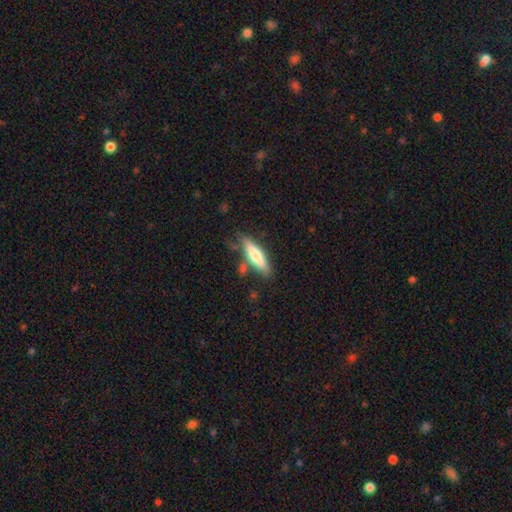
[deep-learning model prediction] A smooth galaxy with no disk features (64%) that is cigar-shaped (69%).

Vote fractions:
- Smooth or featured? smooth: 64% / featured or disk: 30% / star or artifact: 6%
- How rounded? cigar-shaped: 69% / in between: 30% / round: 2%
- Merging? none: 69% / minor disturbance: 18% / merger: 9% / major disturbance: 5%